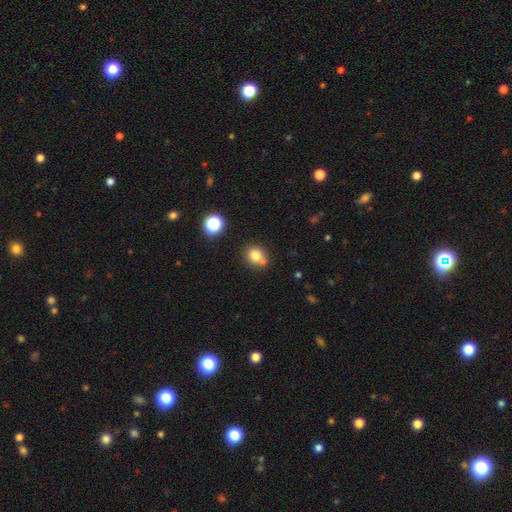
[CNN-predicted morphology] Smooth or featured? smooth (79%)
How rounded? round (65%)
Merging? none (65%)